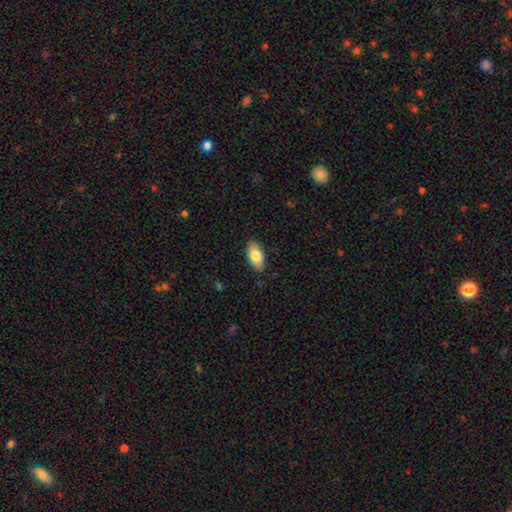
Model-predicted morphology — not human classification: This appears to be a smooth galaxy with no disk features (81%) that is in between round and cigar-shaped (93%). Merging: none (87%).